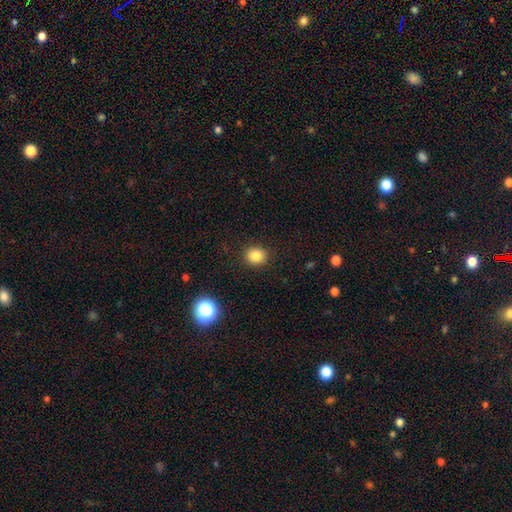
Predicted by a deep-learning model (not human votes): Morphology: type=smooth (83%); roundness=round (79%); merging=none (90%).